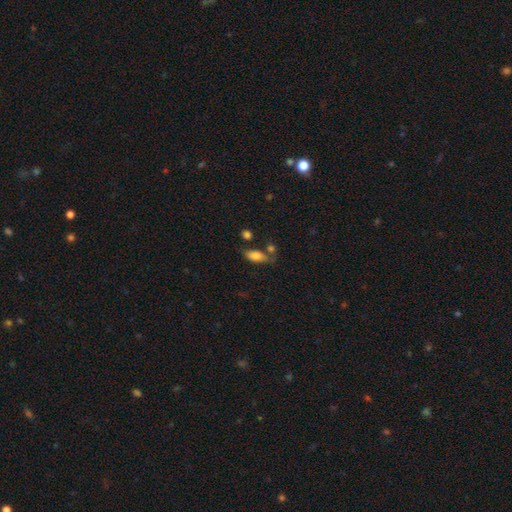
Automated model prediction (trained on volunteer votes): This is clearly a smooth galaxy (80%). How rounded: clearly in between (86%). Merging: possibly none (57%).